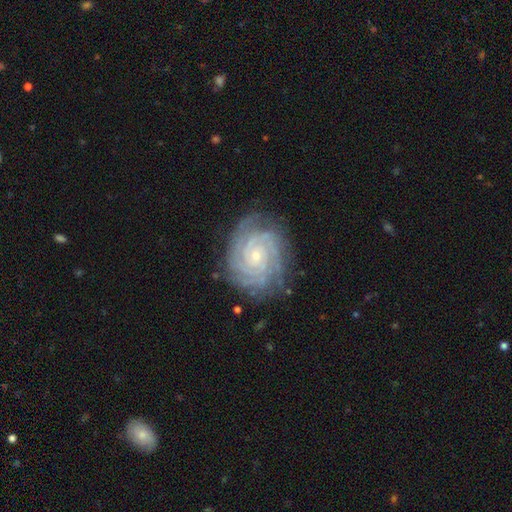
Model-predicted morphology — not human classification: This is clearly a featured or disk galaxy (90%). It is clearly not viewed edge-on (98%). Bar: likely no (75%). Spiral arm pattern: clearly yes (98%). Spiral arm count: marginally 4 (29%). Spiral winding: clearly tight (83%). Central bulge: clearly small (81%). Merging: clearly none (81%).